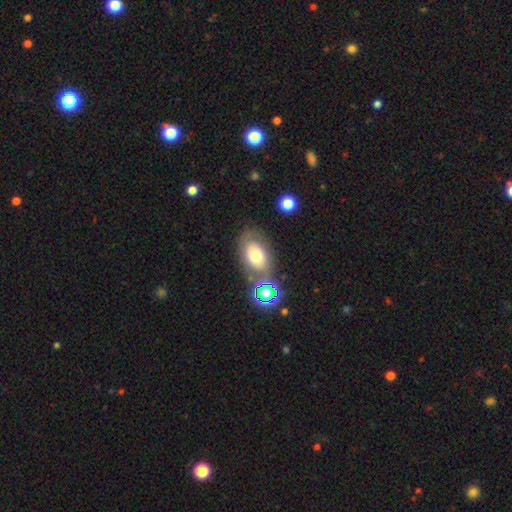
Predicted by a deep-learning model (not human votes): Overall: smooth (65%). How rounded: in between (83%). Merging: none (66%).